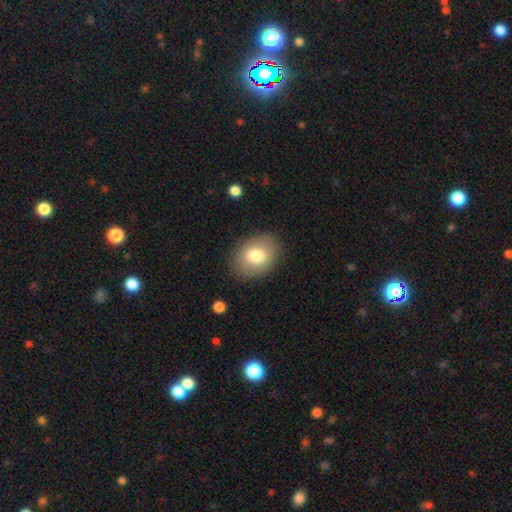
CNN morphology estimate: Smooth or featured? Predicted: smooth (p=0.78). How rounded? Predicted: in between (p=0.64). Merging? Predicted: none (p=0.85).